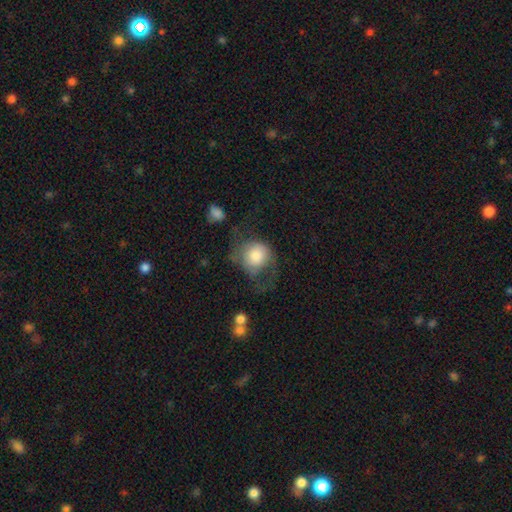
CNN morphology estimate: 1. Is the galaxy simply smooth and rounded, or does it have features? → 68% smooth, 25% featured or disk, 7% star or artifact.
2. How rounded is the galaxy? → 76% round, 23% in between, 1% cigar-shaped.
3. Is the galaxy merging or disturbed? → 41% major disturbance, 30% none, 24% minor disturbance, 5% merger.